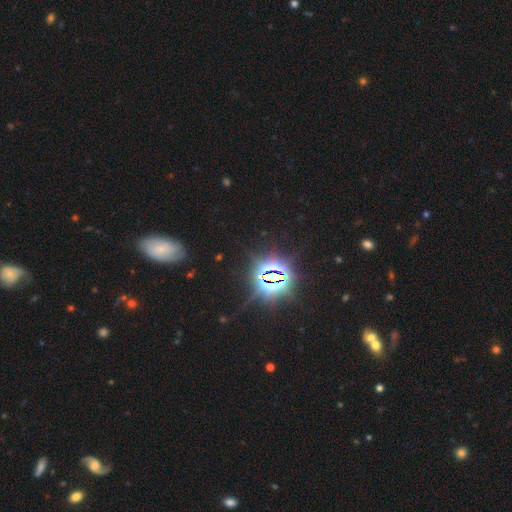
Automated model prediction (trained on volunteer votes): The model was most divided on "smooth or featured": star or artifact: 78%, smooth: 14%, featured or disk: 8%.